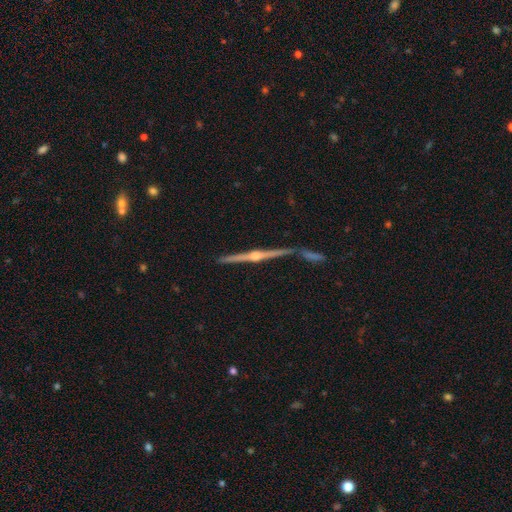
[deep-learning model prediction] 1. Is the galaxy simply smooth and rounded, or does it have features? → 82% featured or disk, 9% smooth, 8% star or artifact.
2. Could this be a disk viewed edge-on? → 96% yes, 4% no.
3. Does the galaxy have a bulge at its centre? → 83% rounded, 10% none, 7% boxy.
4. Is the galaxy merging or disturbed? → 70% none, 14% minor disturbance, 10% merger, 6% major disturbance.